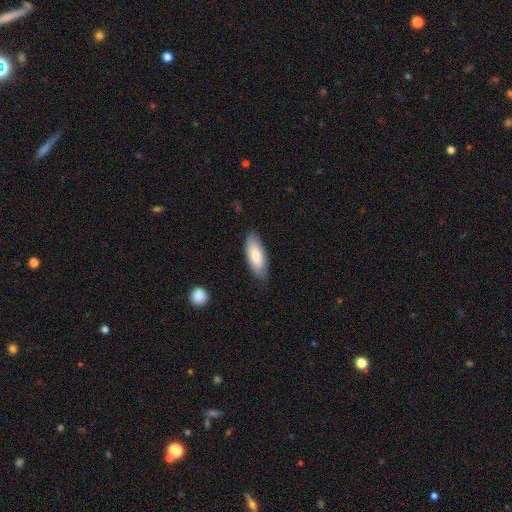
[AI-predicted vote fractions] Q: Smooth or featured?
A: smooth (80%); runner-up: featured or disk (14%)
Q: How rounded?
A: in between (75%); runner-up: cigar-shaped (23%)
Q: Merging?
A: none (83%); runner-up: minor disturbance (14%)